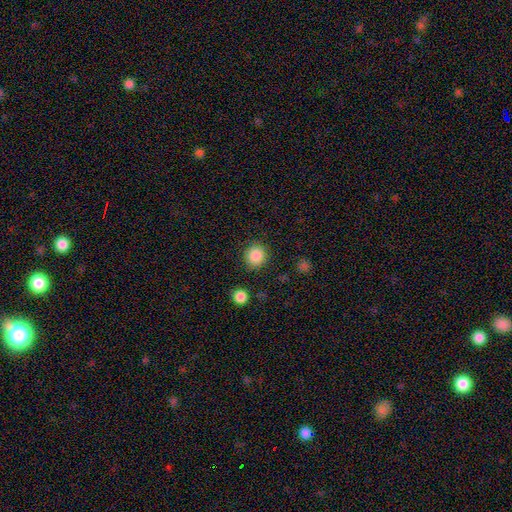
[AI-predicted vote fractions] Morphology: type=smooth (86%); roundness=round (88%); merging=none (88%).